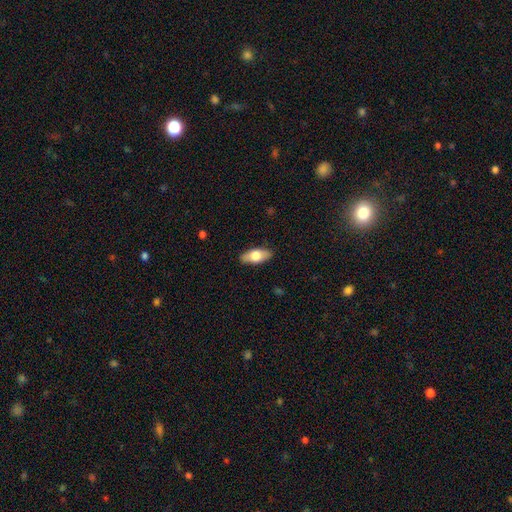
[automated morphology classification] Overall: smooth (70%). How rounded: in between (86%). Merging: none (86%).